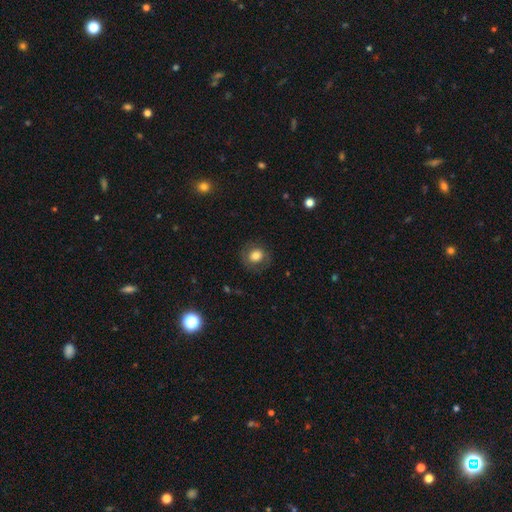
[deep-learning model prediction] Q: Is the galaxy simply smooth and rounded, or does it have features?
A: smooth — 75%.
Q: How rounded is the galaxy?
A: round — 76%.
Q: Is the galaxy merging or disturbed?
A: none — 80%.